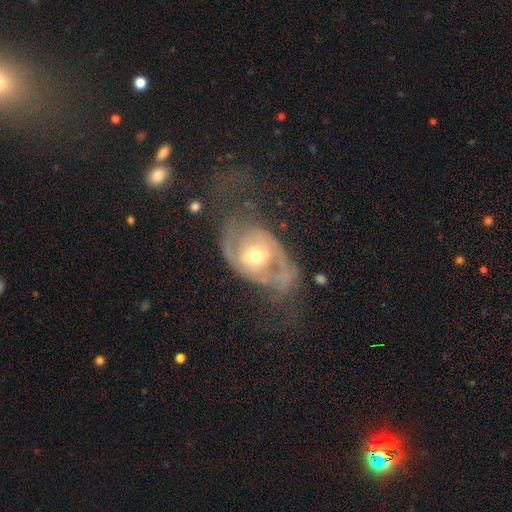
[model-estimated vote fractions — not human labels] Smooth or featured? featured or disk (77%)
Edge-on disk? no (95%)
Bar? no (58%)
Spiral arms? yes (78%)
Spiral winding? medium (42%)
Spiral arm count? 2 (73%)
Bulge size? moderate (63%)
Merging? none (40%)